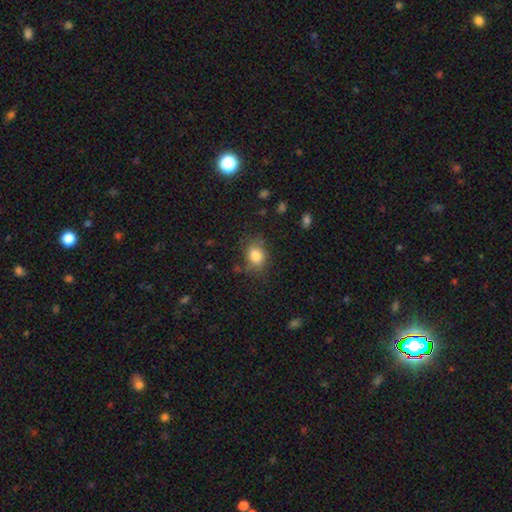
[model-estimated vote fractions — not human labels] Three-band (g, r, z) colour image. It shows a smooth galaxy with no disk features (82%) that is in between round and cigar-shaped (56%). Merging: none (72%).